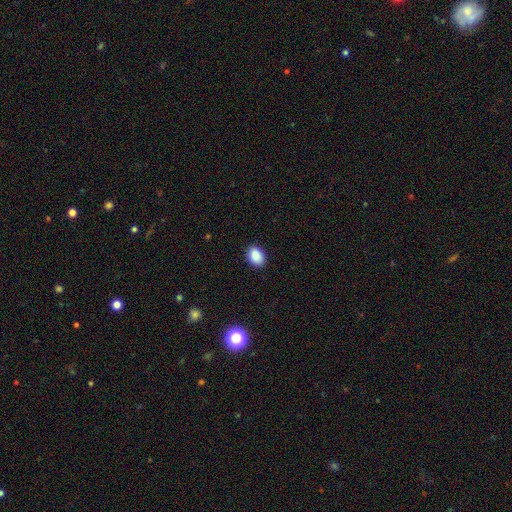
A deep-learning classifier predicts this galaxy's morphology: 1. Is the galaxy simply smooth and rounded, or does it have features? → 89% smooth, 8% star or artifact, 3% featured or disk.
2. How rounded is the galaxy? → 79% in between, 20% round, 1% cigar-shaped.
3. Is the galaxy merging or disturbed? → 88% none, 9% minor disturbance, 2% major disturbance, 1% merger.